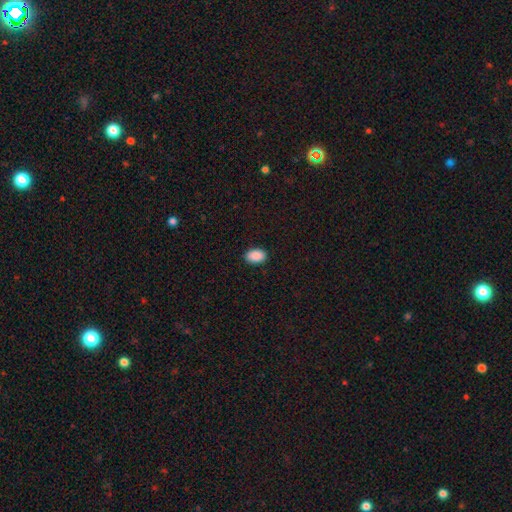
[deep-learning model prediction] Overall: smooth (91%). How rounded: in between (90%). Merging: none (90%).